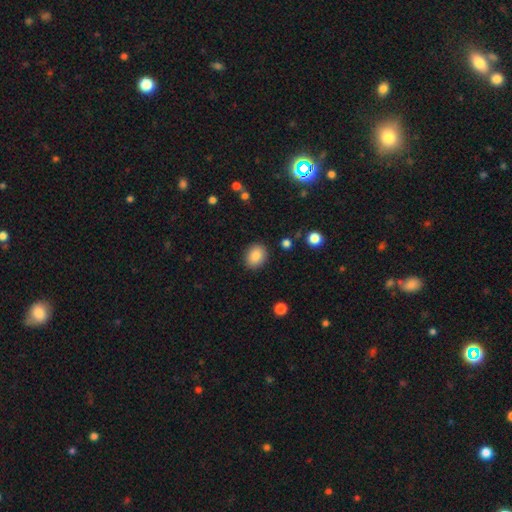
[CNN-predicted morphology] Smooth or featured?
  - smooth: 86% *
  - star or artifact: 9%
  - featured or disk: 6%
How rounded?
  - round: 50% *
  - in between: 49%
  - cigar-shaped: 1%
Merging?
  - none: 88% *
  - minor disturbance: 8%
  - major disturbance: 2%
  - merger: 1%